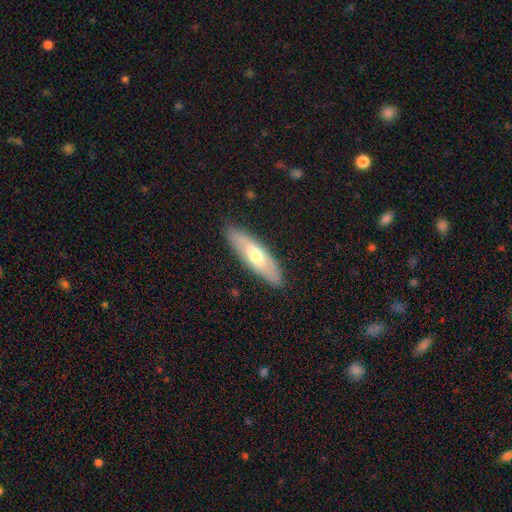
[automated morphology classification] Smooth or featured? smooth (51%)
How rounded? cigar-shaped (53%)
Merging? none (86%)